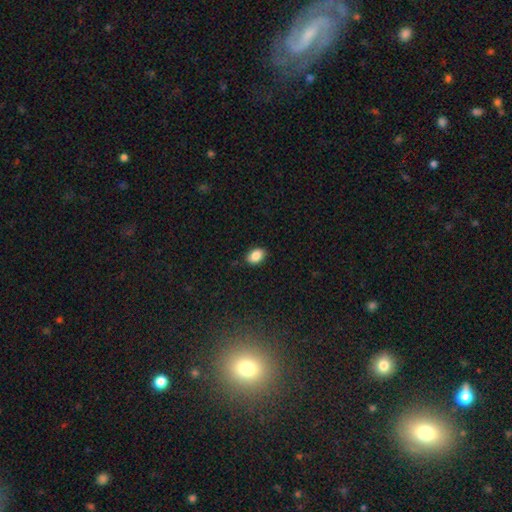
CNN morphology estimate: This appears to be a smooth galaxy with no disk features (88%) that is in between round and cigar-shaped (82%). Merging: none (87%).